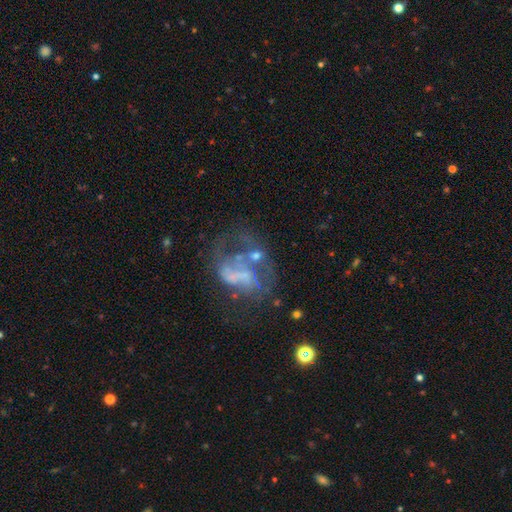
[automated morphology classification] Smooth or featured: featured or disk — 61% (smooth — 23%)
Edge-on disk: no — 98% (yes — 2%)
Bar: no — 77% (weak — 17%)
Spiral arms: no — 70% (yes — 30%)
Bulge size: none — 60% (small — 19%)
Merging: major disturbance — 41% (none — 27%)